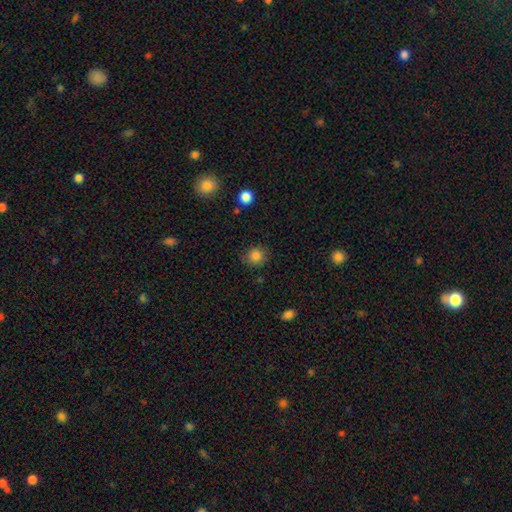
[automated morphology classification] Smooth or featured? Predicted: smooth (p=0.84). How rounded? Predicted: round (p=0.85). Merging? Predicted: none (p=0.82).